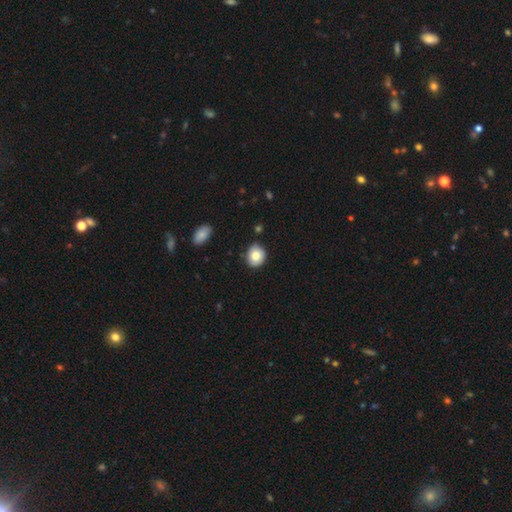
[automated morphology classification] Smooth or featured?
  - smooth: 81% *
  - featured or disk: 11%
  - star or artifact: 8%
How rounded?
  - round: 63% *
  - in between: 36%
  - cigar-shaped: 1%
Merging?
  - none: 81% *
  - minor disturbance: 15%
  - major disturbance: 2%
  - merger: 2%